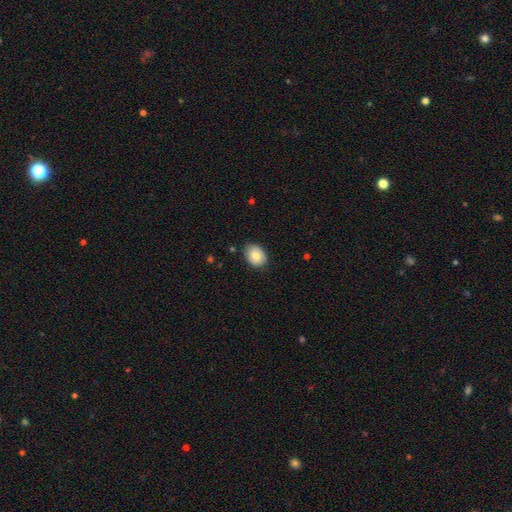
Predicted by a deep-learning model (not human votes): A smooth galaxy with no disk features (77%) that is in between round and cigar-shaped (65%). Merging: none (82%).